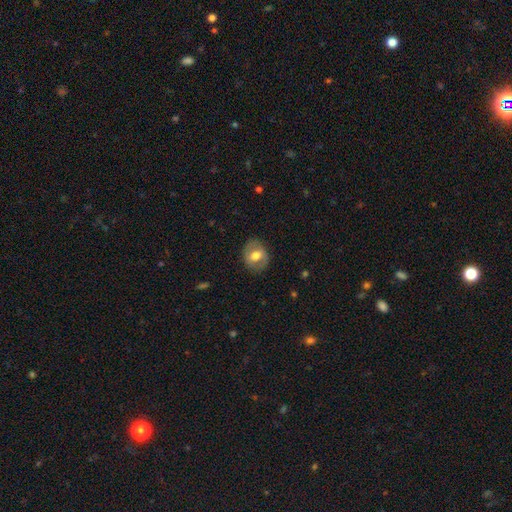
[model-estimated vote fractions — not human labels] Smooth or featured?
  - smooth: 53% *
  - featured or disk: 40%
  - star or artifact: 7%
How rounded?
  - round: 50% *
  - in between: 49%
  - cigar-shaped: 1%
Merging?
  - none: 81% *
  - minor disturbance: 13%
  - major disturbance: 5%
  - merger: 1%